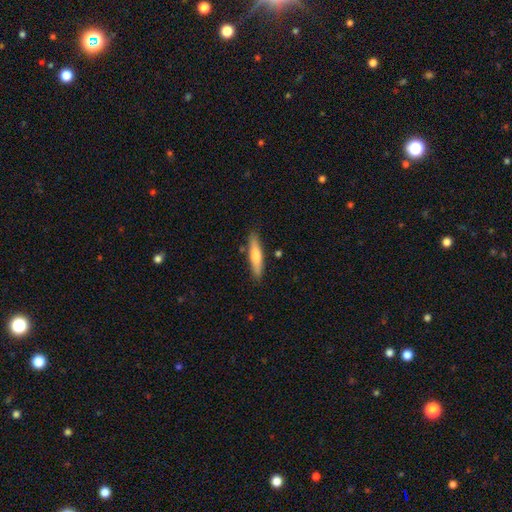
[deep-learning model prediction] Overall: smooth (65%; featured or disk 30%). How rounded: cigar-shaped (83%). Merging: none (86%).